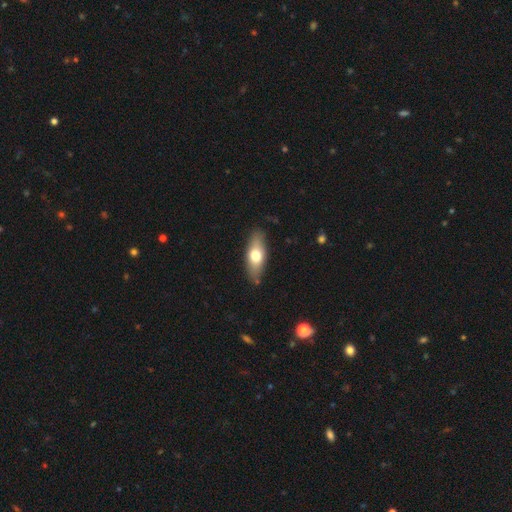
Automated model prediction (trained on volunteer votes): A smooth galaxy with no disk features (63%) that is in between round and cigar-shaped (70%).

Vote fractions:
- Smooth or featured? smooth: 63% / featured or disk: 30% / star or artifact: 6%
- How rounded? in between: 70% / cigar-shaped: 27% / round: 3%
- Merging? none: 83% / minor disturbance: 12% / major disturbance: 3% / merger: 2%